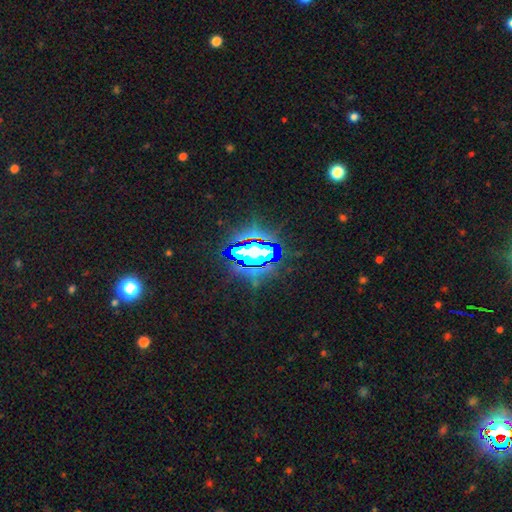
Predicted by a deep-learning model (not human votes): Smooth or featured?
  - star or artifact: 75% *
  - smooth: 13%
  - featured or disk: 12%